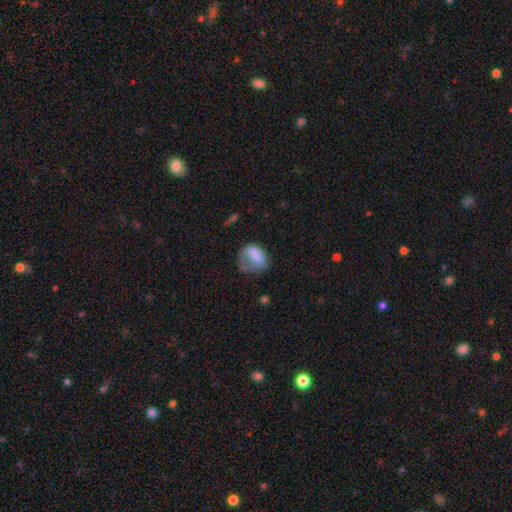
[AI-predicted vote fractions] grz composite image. It shows a smooth galaxy with no disk features (72%) that is in between round and cigar-shaped (60%). Merging: major disturbance (41%).